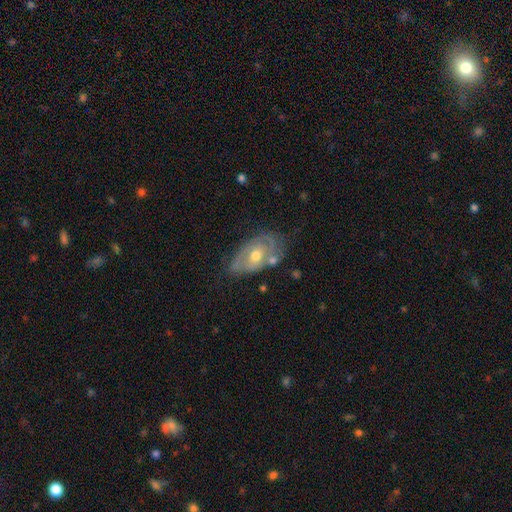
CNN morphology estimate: Q: Smooth or featured?
A: featured or disk (70%); runner-up: smooth (22%)
Q: Edge-on disk?
A: no (93%); runner-up: yes (7%)
Q: Bar?
A: no (68%); runner-up: weak (25%)
Q: Spiral arms?
A: yes (65%); runner-up: no (35%)
Q: Bulge size?
A: moderate (74%); runner-up: small (20%)
Q: Merging?
A: none (57%); runner-up: minor disturbance (25%)